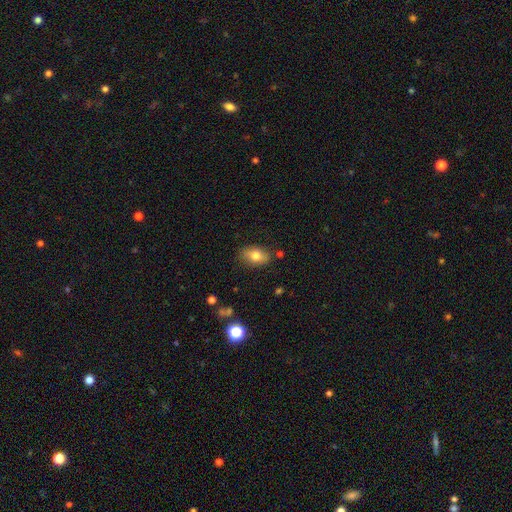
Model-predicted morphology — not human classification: smooth-or-featured: smooth: 74% | featured or disk: 17% | star or artifact: 9%
  how-rounded: in between: 85% | round: 12% | cigar-shaped: 3%
  merging: none: 81% | minor disturbance: 14% | major disturbance: 3% | merger: 2%